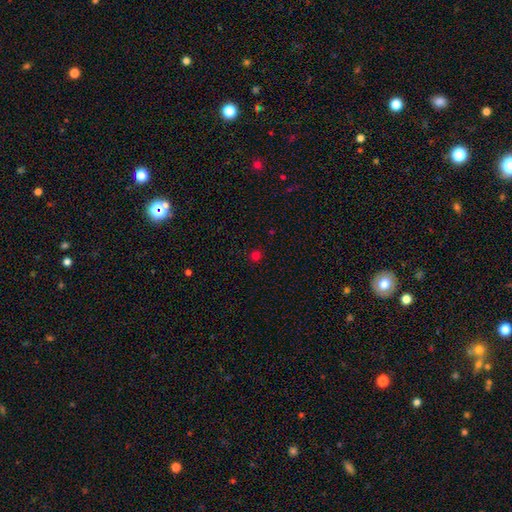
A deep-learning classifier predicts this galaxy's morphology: Smooth or featured?
  - smooth: 76% *
  - star or artifact: 20%
  - featured or disk: 4%
How rounded?
  - round: 93% *
  - in between: 6%
  - cigar-shaped: 1%
Merging?
  - none: 91% *
  - minor disturbance: 6%
  - major disturbance: 2%
  - merger: 1%